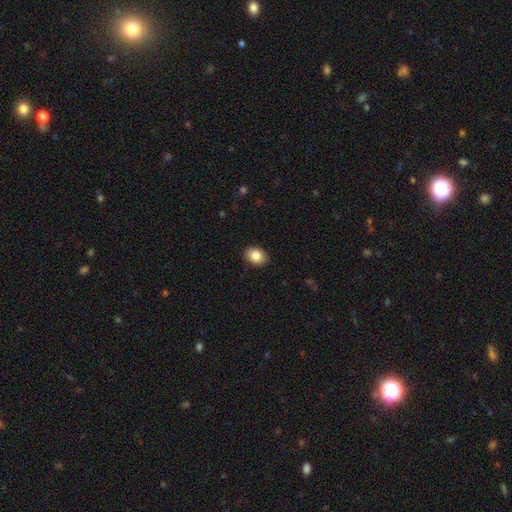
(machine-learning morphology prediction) Smooth or featured: smooth — 86% (star or artifact — 8%)
How rounded: in between — 67% (round — 32%)
Merging: none — 89% (minor disturbance — 8%)